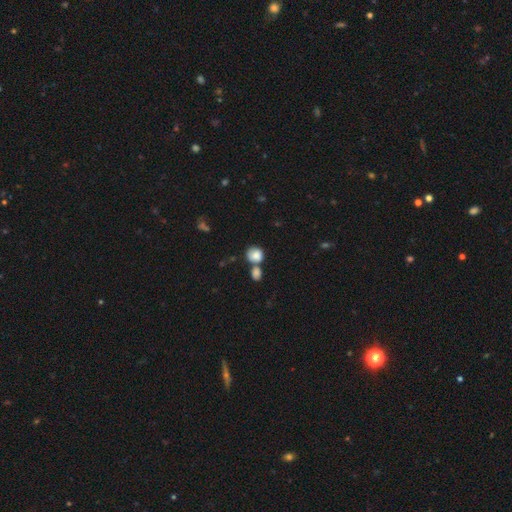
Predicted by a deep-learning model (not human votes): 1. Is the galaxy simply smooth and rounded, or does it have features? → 83% smooth, 9% featured or disk, 8% star or artifact.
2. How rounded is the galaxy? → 77% round, 22% in between, 1% cigar-shaped.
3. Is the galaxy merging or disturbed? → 43% merger, 41% none, 11% minor disturbance, 5% major disturbance.